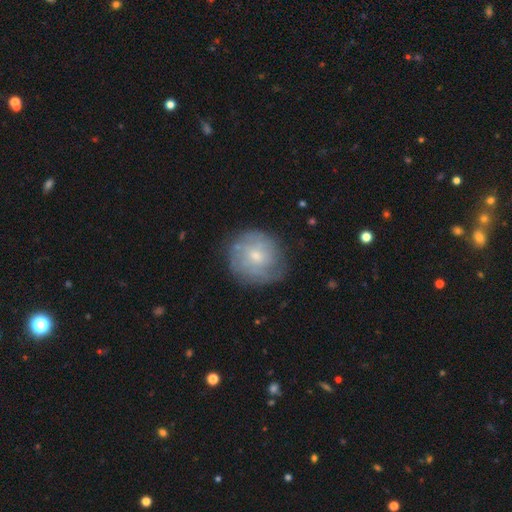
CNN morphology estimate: The model was most divided on "smooth or featured": featured or disk: 47%, smooth: 45%, star or artifact: 8%. More confident: merging — none (74%).